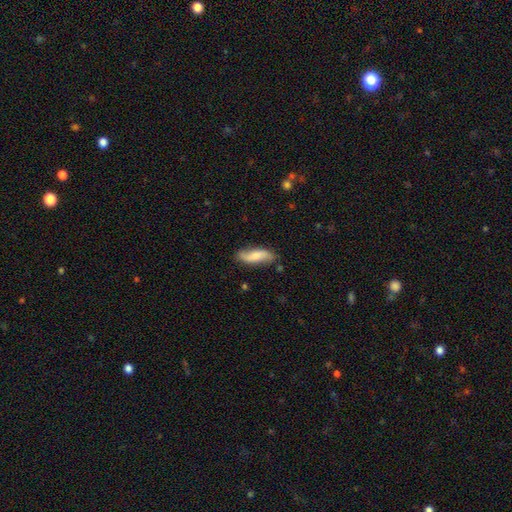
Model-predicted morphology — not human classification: Q: Smooth or featured?
A: smooth (58%); runner-up: featured or disk (35%)
Q: How rounded?
A: in between (61%); runner-up: cigar-shaped (37%)
Q: Merging?
A: none (73%); runner-up: minor disturbance (20%)